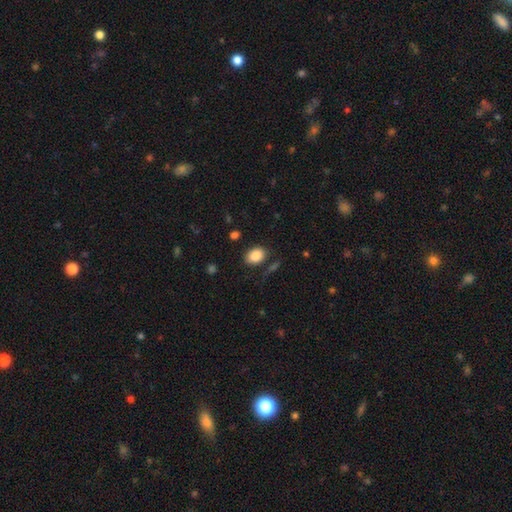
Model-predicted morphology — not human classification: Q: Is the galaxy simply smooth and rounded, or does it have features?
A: smooth — 87%.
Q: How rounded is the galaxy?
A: in between — 70%.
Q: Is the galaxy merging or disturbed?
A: none — 78%.